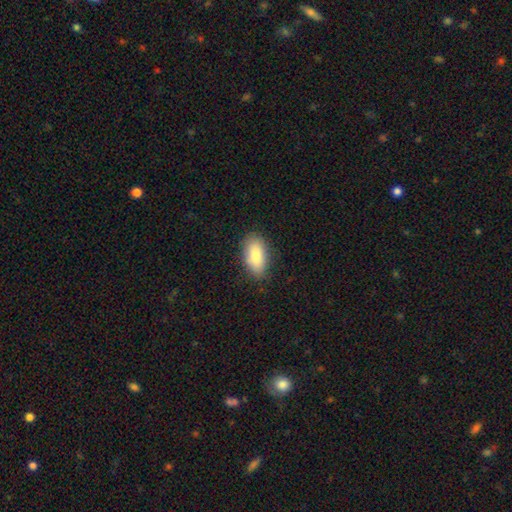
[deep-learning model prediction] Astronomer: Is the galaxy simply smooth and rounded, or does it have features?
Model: smooth — 82%.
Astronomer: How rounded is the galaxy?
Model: in between — 90%.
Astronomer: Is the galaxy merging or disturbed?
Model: none — 84%.